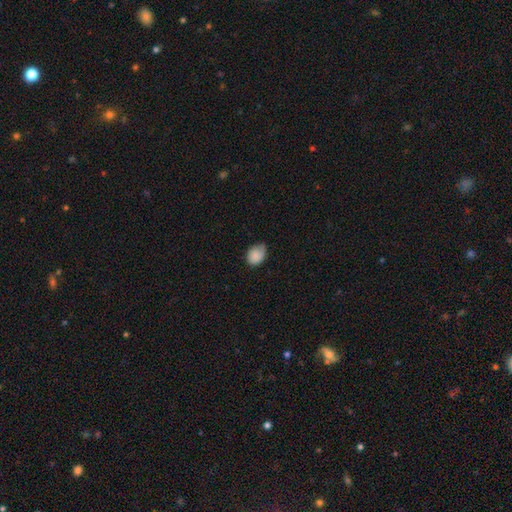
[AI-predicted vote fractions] This is clearly a smooth galaxy (82%). How rounded: likely in between (65%). Merging: possibly none (54%).